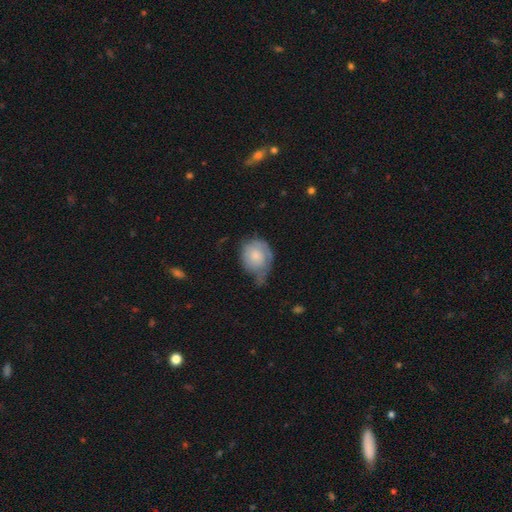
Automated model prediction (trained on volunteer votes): This appears to be a smooth galaxy with no disk features (64%) that is round (58%). Merging: minor disturbance (43%).